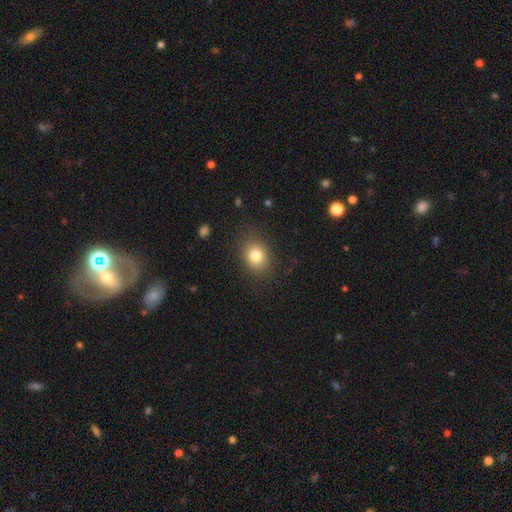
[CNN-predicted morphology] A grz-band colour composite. It shows a smooth galaxy with no disk features (79%) that is round (58%). Merging: none (84%).